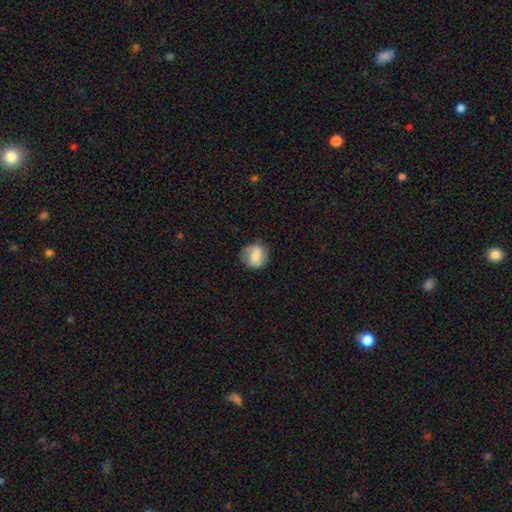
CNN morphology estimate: smooth 67%, featured or disk 25%, star or artifact 8%. Down the decision tree: how rounded — round (83%); merging — none (80%).